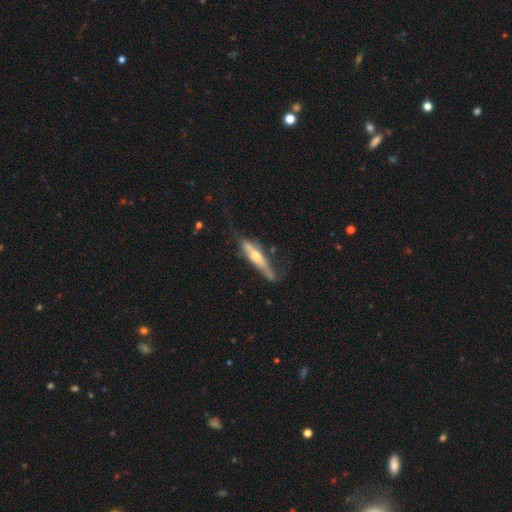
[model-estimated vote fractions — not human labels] Smooth or featured: featured or disk — 61% (smooth — 33%)
Edge-on disk: yes — 85% (no — 15%)
Edge-on bulge: rounded — 80% (boxy — 10%)
Merging: none — 49% (minor disturbance — 30%)